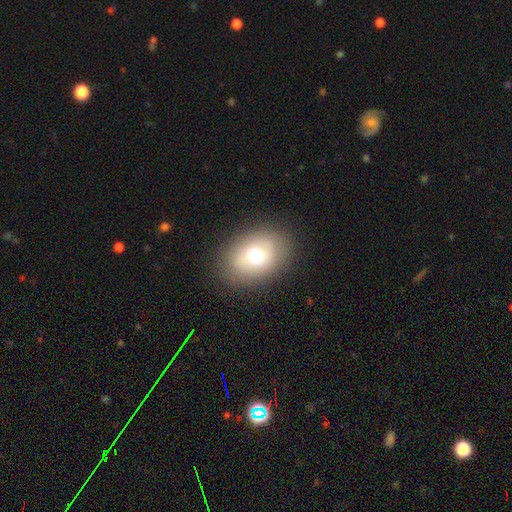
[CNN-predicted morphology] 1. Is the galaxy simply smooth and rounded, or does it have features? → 69% smooth, 19% featured or disk, 12% star or artifact.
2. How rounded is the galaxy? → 64% in between, 35% round, 1% cigar-shaped.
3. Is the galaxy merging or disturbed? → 85% none, 10% minor disturbance, 4% major disturbance, 1% merger.